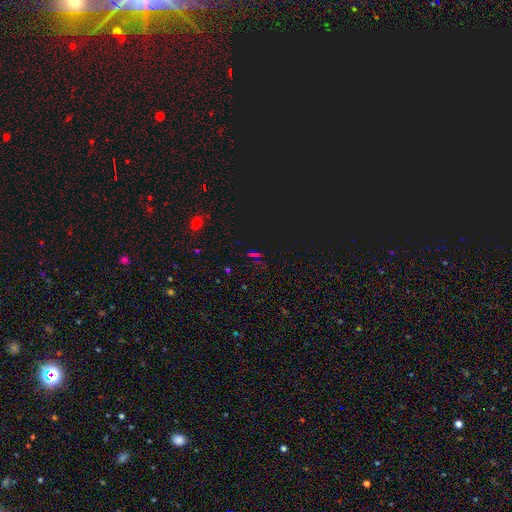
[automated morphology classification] A star or artifact, not a galaxy (67%).